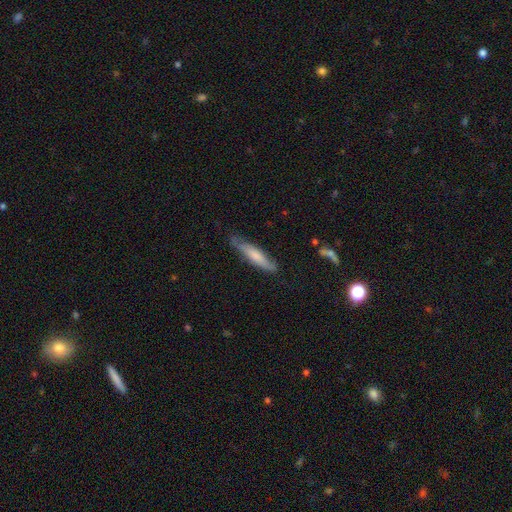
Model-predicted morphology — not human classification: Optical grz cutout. It shows a smooth galaxy with no disk features (59%) that is cigar-shaped (83%). Merging: none (68%).